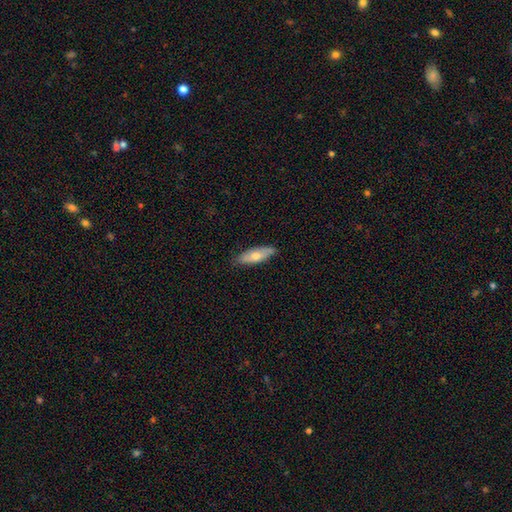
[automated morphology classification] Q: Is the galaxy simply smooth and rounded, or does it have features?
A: smooth — 56%.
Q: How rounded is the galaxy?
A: cigar-shaped — 51%.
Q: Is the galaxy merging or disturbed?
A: none — 86%.